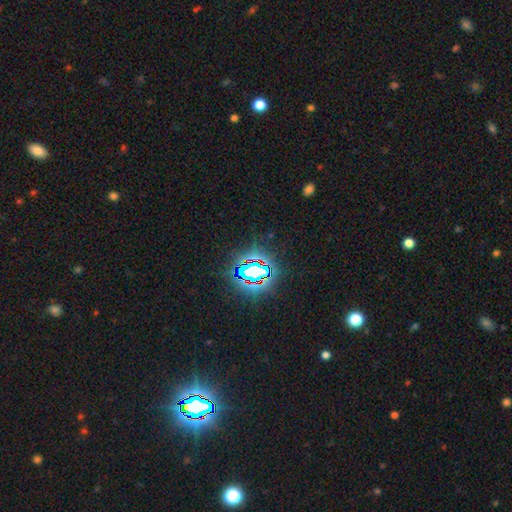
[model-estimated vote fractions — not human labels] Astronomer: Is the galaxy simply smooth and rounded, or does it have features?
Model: star or artifact — 75%.